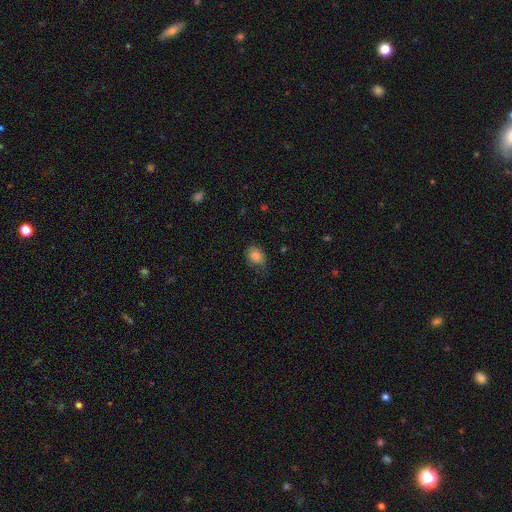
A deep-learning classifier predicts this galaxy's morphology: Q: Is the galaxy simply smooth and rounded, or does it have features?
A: smooth — 84%.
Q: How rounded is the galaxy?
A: in between — 59%.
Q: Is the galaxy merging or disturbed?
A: none — 67%.